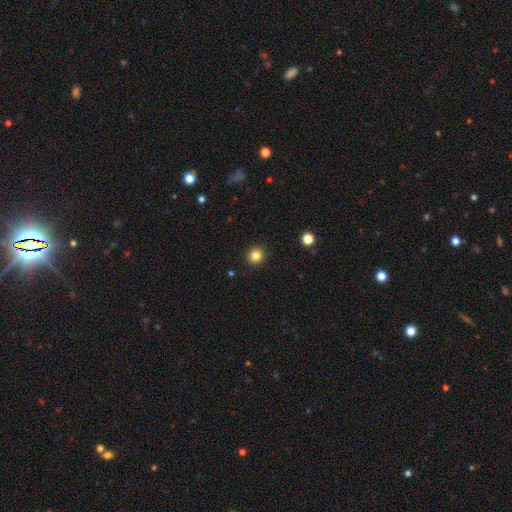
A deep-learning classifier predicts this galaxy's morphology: The model was most divided on "smooth or featured": smooth: 83%, star or artifact: 12%, featured or disk: 5%. More confident: how rounded — round (94%); merging — none (93%).